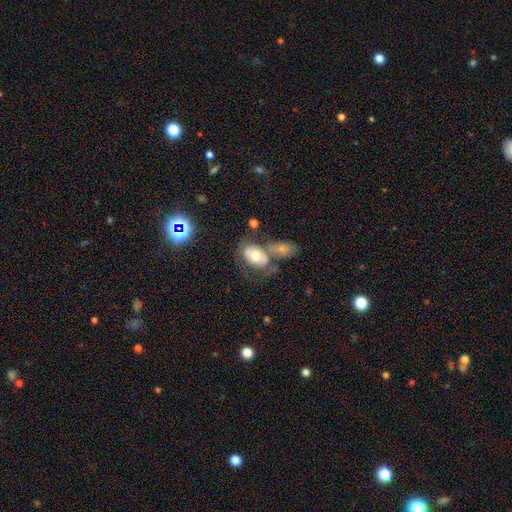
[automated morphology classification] smooth 62%, featured or disk 30%, star or artifact 8%. Down the decision tree: how rounded — in between (87%); merging — merger (38%).